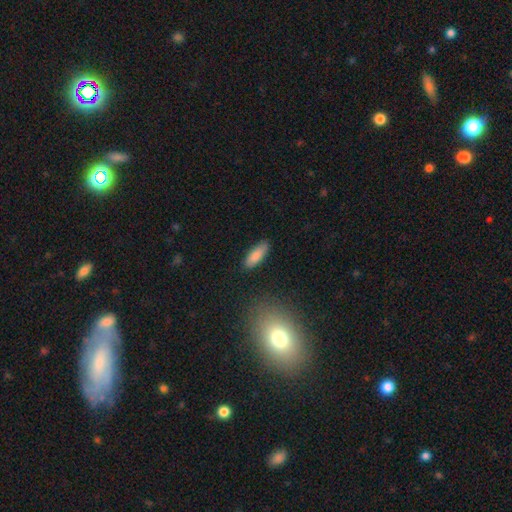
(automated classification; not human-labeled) Smooth or featured?
  - smooth: 86% *
  - featured or disk: 8%
  - star or artifact: 6%
How rounded?
  - in between: 64% *
  - cigar-shaped: 34%
  - round: 2%
Merging?
  - none: 86% *
  - minor disturbance: 11%
  - major disturbance: 2%
  - merger: 2%